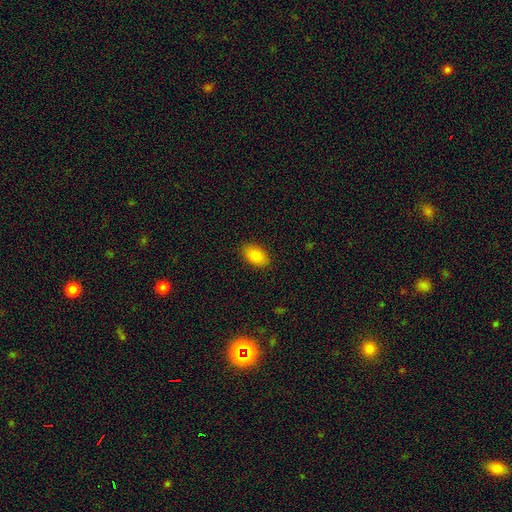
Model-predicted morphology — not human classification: Smooth or featured? smooth (85%)
How rounded? in between (93%)
Merging? none (88%)